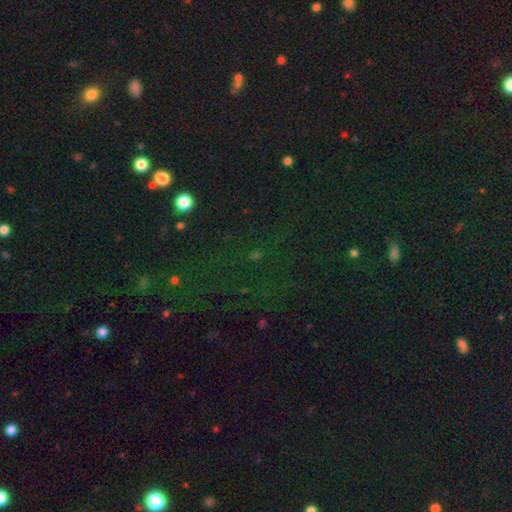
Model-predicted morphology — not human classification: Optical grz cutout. It shows a star or artifact, not a galaxy (68%).